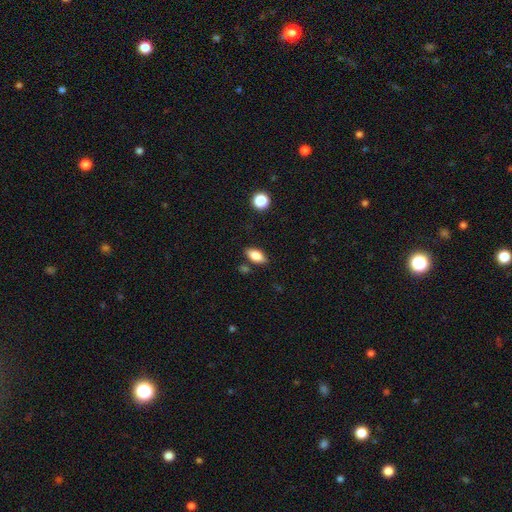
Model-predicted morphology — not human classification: The model was most divided on "merging": none: 82%, minor disturbance: 11%, merger: 4%, major disturbance: 3%. More confident: how rounded — in between (88%); smooth or featured — smooth (82%).